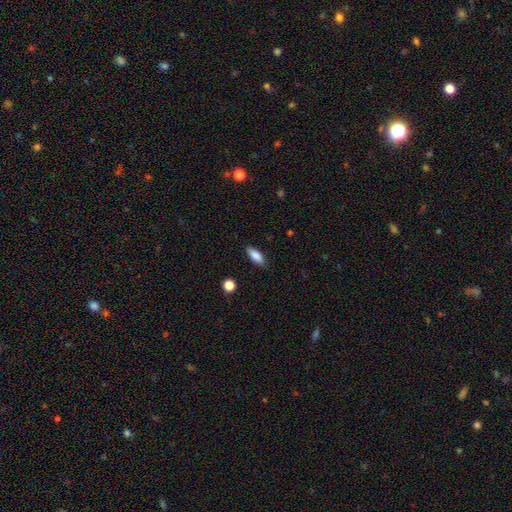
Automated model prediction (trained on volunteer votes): This is clearly a smooth galaxy (85%). How rounded: likely in between (72%). Merging: clearly none (86%).